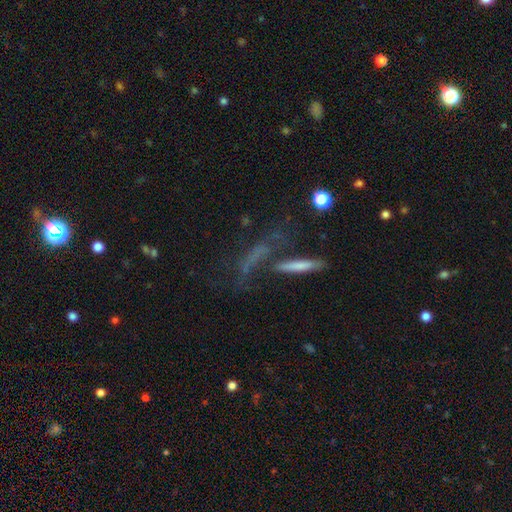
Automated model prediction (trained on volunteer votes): Overall: featured or disk (39%; smooth 37%). Merging: none (45%; merger 20%).